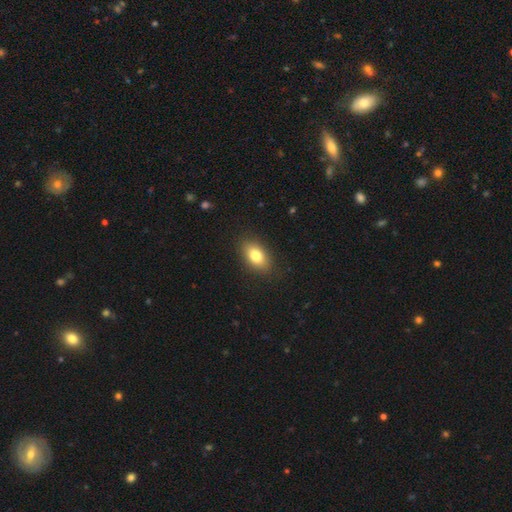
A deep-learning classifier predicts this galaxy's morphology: Smooth or featured? Predicted: smooth (p=0.80). How rounded? Predicted: in between (p=0.88). Merging? Predicted: none (p=0.88).